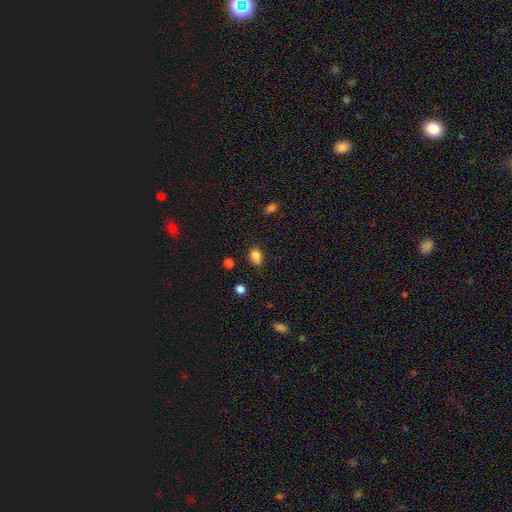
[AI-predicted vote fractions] Smooth or featured? smooth (82%)
How rounded? in between (63%)
Merging? none (58%)